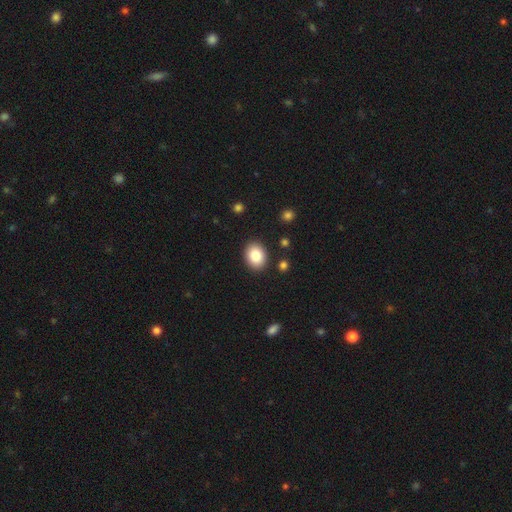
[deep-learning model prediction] Morphology: type=smooth (85%); roundness=in between (59%); merging=none (89%).